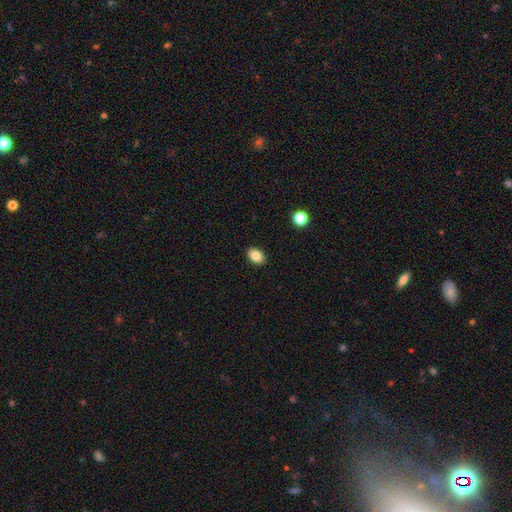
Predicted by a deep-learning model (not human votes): This appears to be a smooth galaxy with no disk features (84%) that is in between round and cigar-shaped (78%). Merging: none (90%).